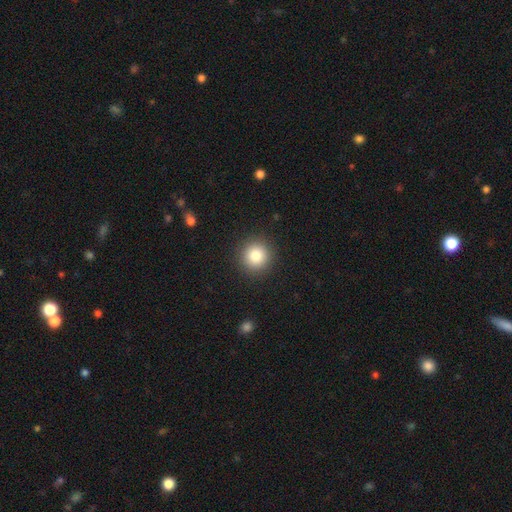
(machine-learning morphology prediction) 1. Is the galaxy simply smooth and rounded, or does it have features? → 82% smooth, 10% star or artifact, 7% featured or disk.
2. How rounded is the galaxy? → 95% round, 4% in between, 1% cigar-shaped.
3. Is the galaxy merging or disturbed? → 92% none, 5% minor disturbance, 2% major disturbance, 1% merger.